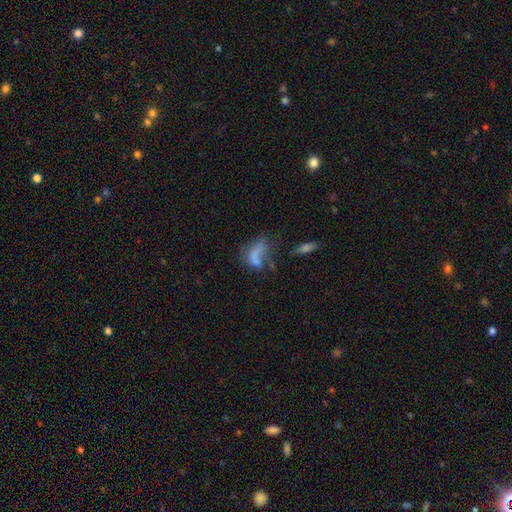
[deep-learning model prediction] smooth-or-featured: smooth: 58% | featured or disk: 28% | star or artifact: 14%
  how-rounded: in between: 80% | round: 11% | cigar-shaped: 10%
  merging: major disturbance: 38% | none: 25% | merger: 20% | minor disturbance: 16%